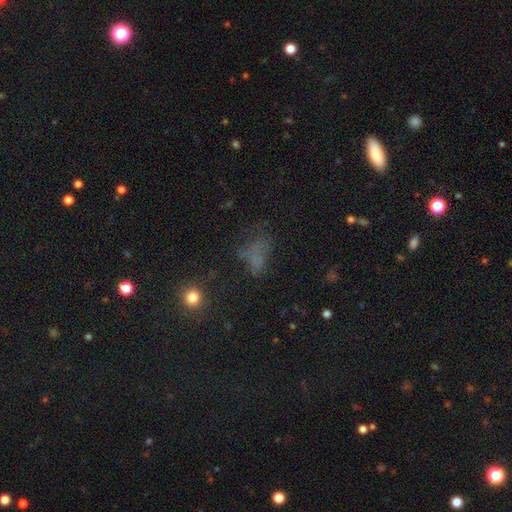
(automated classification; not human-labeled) Overall: smooth (47%; star or artifact 31%). Merging: none (40%; major disturbance 33%).